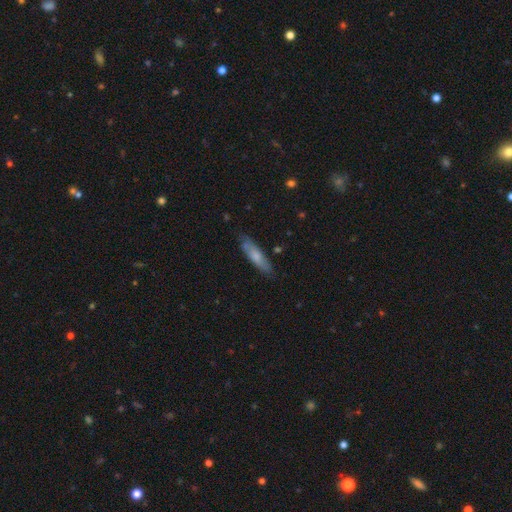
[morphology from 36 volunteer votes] This is likely a smooth galaxy (67%). How rounded: likely cigar-shaped (67%). Merging: likely none (65%).